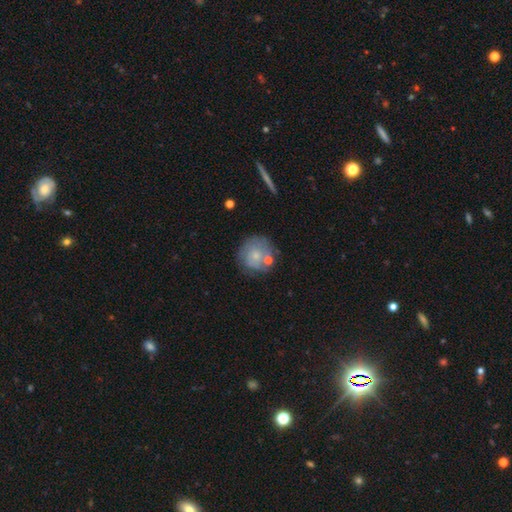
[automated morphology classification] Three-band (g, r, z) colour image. It shows a smooth galaxy with no disk features (60%) that is round (91%). Merging: none (64%).